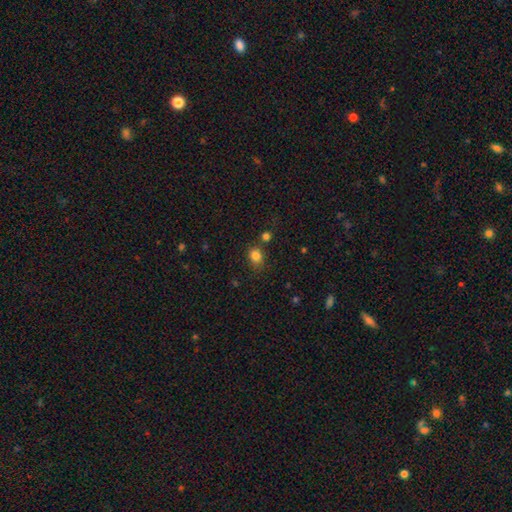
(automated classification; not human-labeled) Smooth or featured: smooth — 82% (star or artifact — 13%)
How rounded: round — 54% (in between — 45%)
Merging: none — 68% (minor disturbance — 16%)